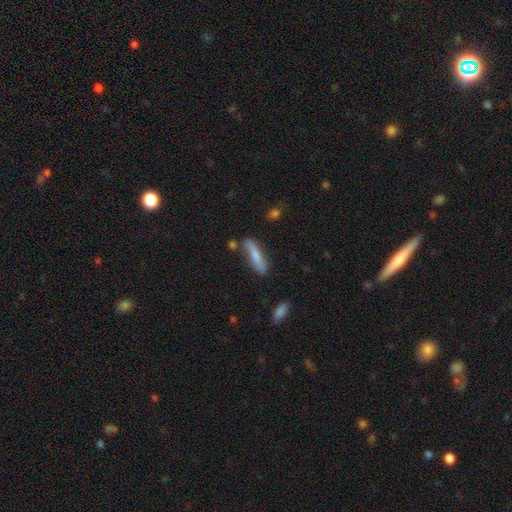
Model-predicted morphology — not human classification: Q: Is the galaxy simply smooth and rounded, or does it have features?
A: smooth — 69%.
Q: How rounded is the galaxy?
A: cigar-shaped — 78%.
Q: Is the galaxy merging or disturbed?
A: none — 65%.